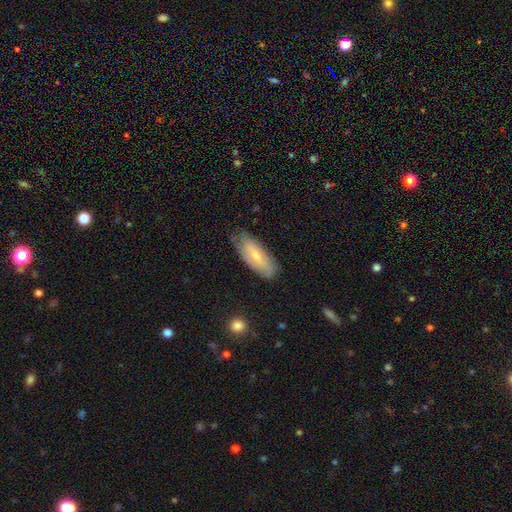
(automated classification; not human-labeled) Q: Smooth or featured?
A: smooth (55%); runner-up: featured or disk (39%)
Q: How rounded?
A: in between (74%); runner-up: cigar-shaped (24%)
Q: Merging?
A: none (70%); runner-up: minor disturbance (24%)